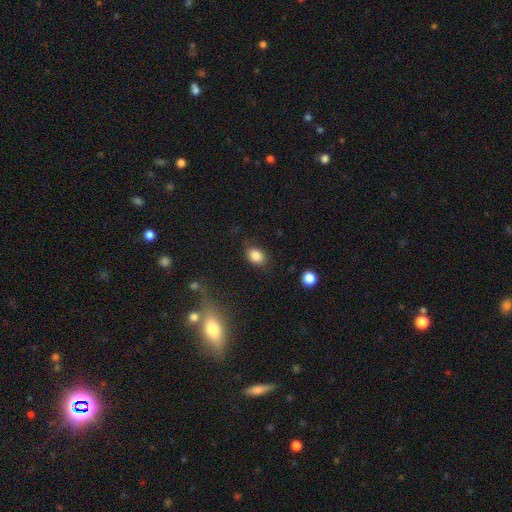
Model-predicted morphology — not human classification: Overall: smooth (85%). How rounded: in between (75%). Merging: none (79%).